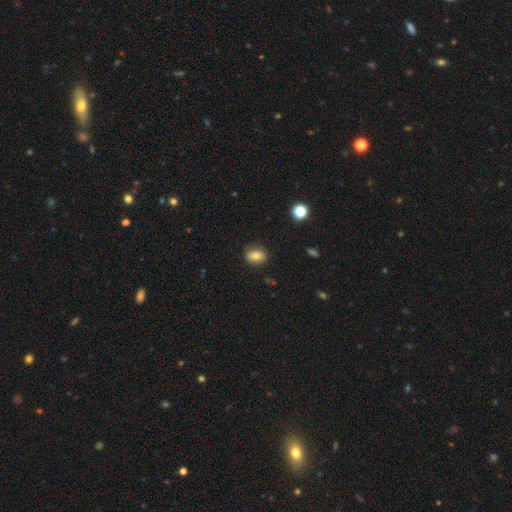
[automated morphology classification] The model was most divided on "how rounded": in between: 58%, round: 39%, cigar-shaped: 3%. More confident: merging — none (84%); smooth or featured — smooth (66%).